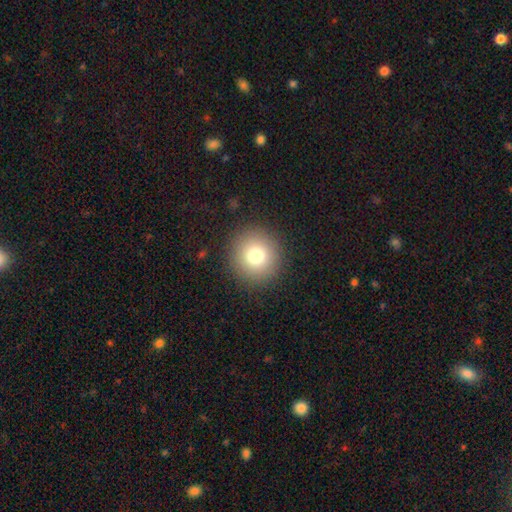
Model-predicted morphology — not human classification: smooth 78%, star or artifact 13%, featured or disk 10%. Down the decision tree: how rounded — round (95%); merging — none (91%).